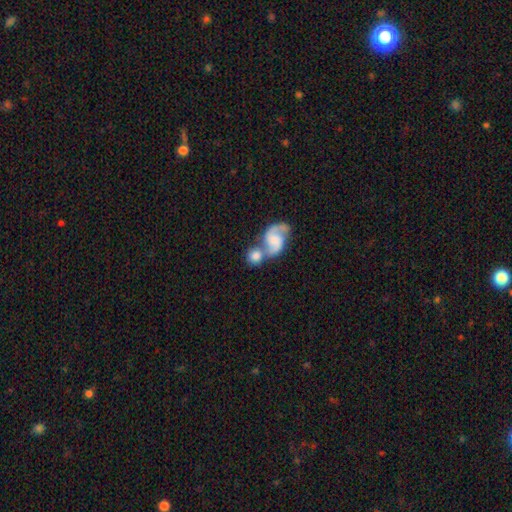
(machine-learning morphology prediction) smooth-or-featured: smooth: 51% | featured or disk: 43% | star or artifact: 7%
  how-rounded: round: 63% | in between: 34% | cigar-shaped: 3%
  merging: merger: 61% | none: 27% | minor disturbance: 8% | major disturbance: 5%